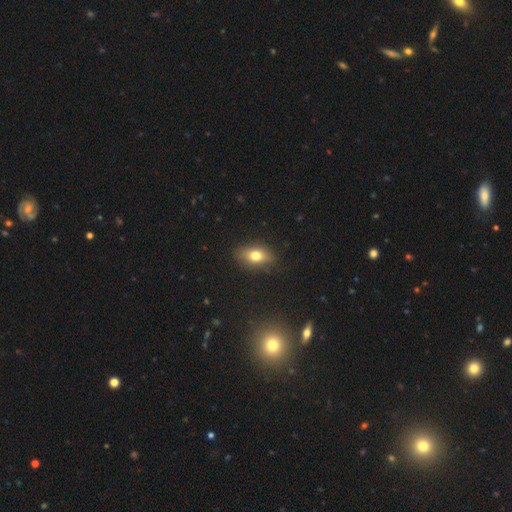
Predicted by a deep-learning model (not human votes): A smooth galaxy with no disk features (76%) that is in between round and cigar-shaped (83%).

Vote fractions:
- Smooth or featured? smooth: 76% / featured or disk: 14% / star or artifact: 10%
- How rounded? in between: 83% / round: 13% / cigar-shaped: 4%
- Merging? none: 86% / minor disturbance: 11% / major disturbance: 2% / merger: 1%